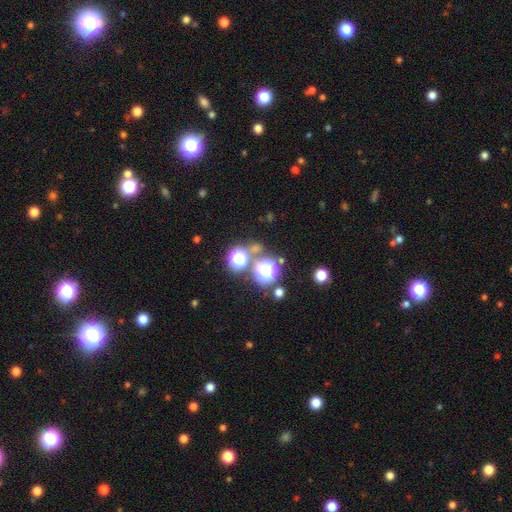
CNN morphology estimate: A star or artifact, not a galaxy (64%).